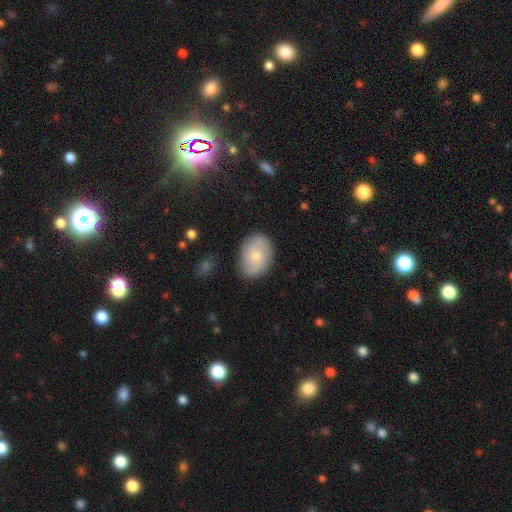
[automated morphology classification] type=featured or disk (47%); merging=none (81%).